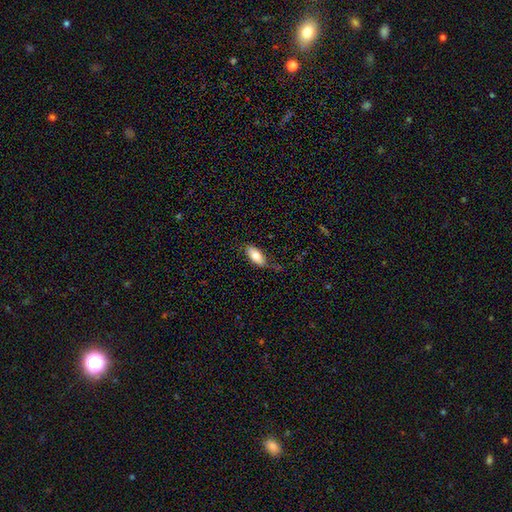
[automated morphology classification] smooth_or_featured: smooth (p=0.78) [alt: featured or disk p=0.15]
how_rounded: in between (p=0.88) [alt: cigar-shaped p=0.10]
merging: none (p=0.71) [alt: minor disturbance p=0.22]